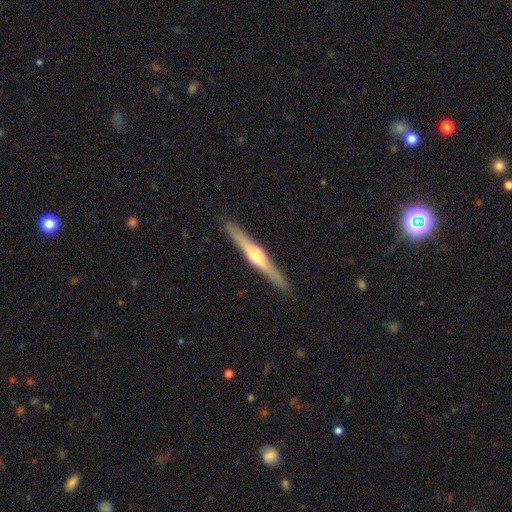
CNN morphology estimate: This is likely a featured or disk galaxy (71%). It is clearly viewed edge-on (97%). Edge-on bulge: clearly rounded (90%). Merging: clearly none (91%).